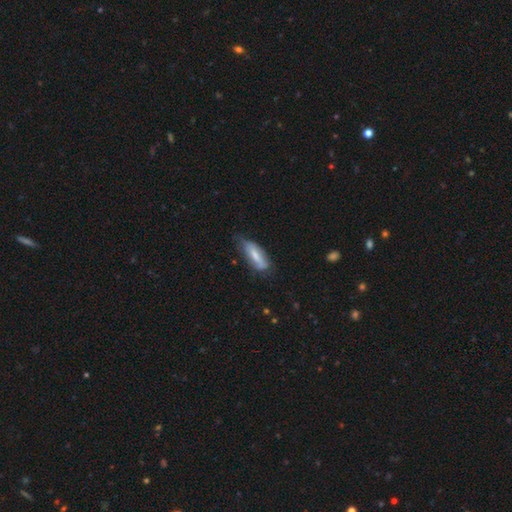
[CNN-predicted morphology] Smooth or featured?
  - smooth: 63% *
  - featured or disk: 31%
  - star or artifact: 6%
How rounded?
  - in between: 58% *
  - cigar-shaped: 40%
  - round: 2%
Merging?
  - none: 53% *
  - minor disturbance: 35%
  - major disturbance: 10%
  - merger: 2%